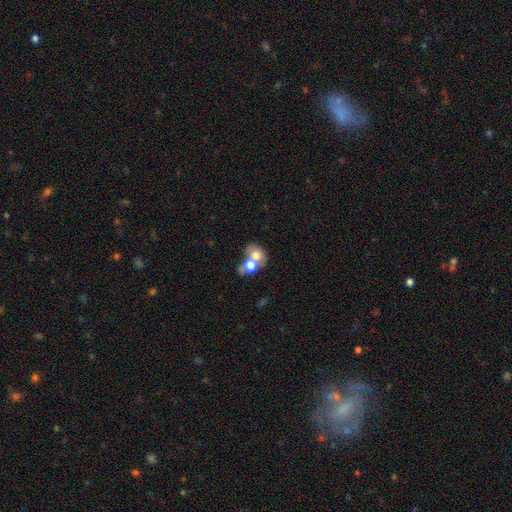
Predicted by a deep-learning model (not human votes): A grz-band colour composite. It shows a smooth galaxy with no disk features (67%) that is in between round and cigar-shaped (54%). Merging: merger (66%).